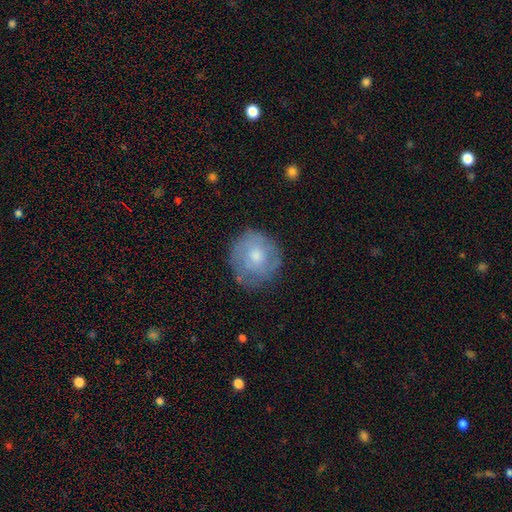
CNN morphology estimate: A smooth galaxy with no disk features (58%) that is round (90%). Merging: none (76%).